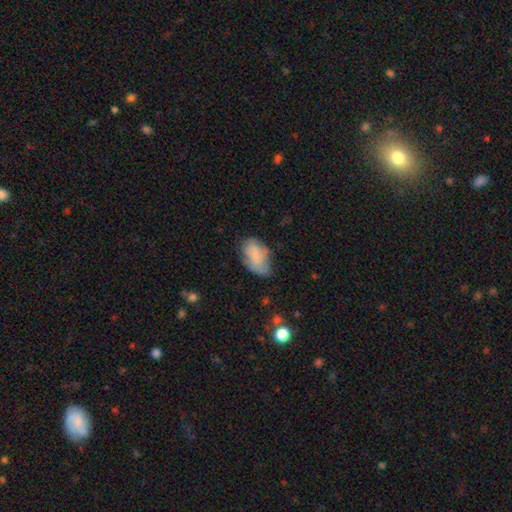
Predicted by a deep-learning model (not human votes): A smooth galaxy with no disk features (70%) that is in between round and cigar-shaped (91%).

Vote fractions:
- Smooth or featured? smooth: 70% / featured or disk: 22% / star or artifact: 8%
- How rounded? in between: 91% / round: 7% / cigar-shaped: 2%
- Merging? none: 45% / minor disturbance: 39% / major disturbance: 13% / merger: 3%